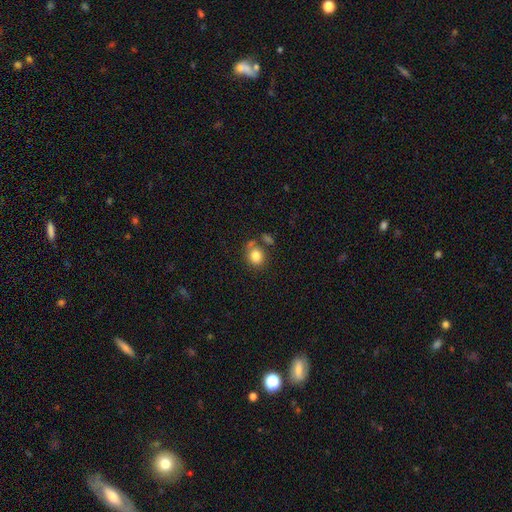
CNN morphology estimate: smooth 82%, star or artifact 10%, featured or disk 8%. Down the decision tree: how rounded — round (57%); merging — none (59%).